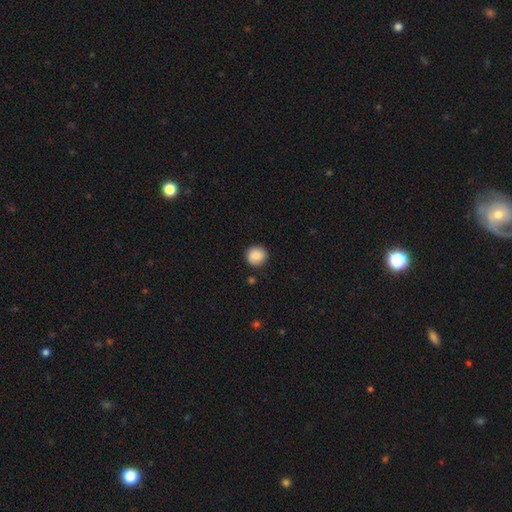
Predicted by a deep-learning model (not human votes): Smooth or featured: smooth — 87% (star or artifact — 8%)
How rounded: round — 93% (in between — 6%)
Merging: none — 88% (minor disturbance — 8%)